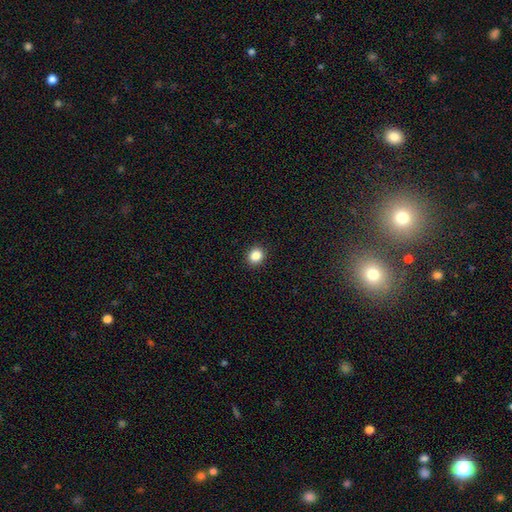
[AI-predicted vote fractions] Smooth or featured? Predicted: smooth (p=0.86). How rounded? Predicted: round (p=0.77). Merging? Predicted: none (p=0.92).